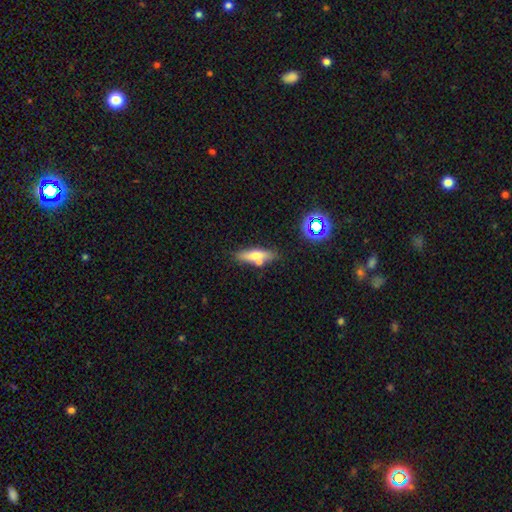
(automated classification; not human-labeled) smooth-or-featured: smooth: 61% | featured or disk: 28% | star or artifact: 10%
  how-rounded: cigar-shaped: 61% | in between: 36% | round: 3%
  merging: none: 69% | minor disturbance: 14% | merger: 13% | major disturbance: 4%